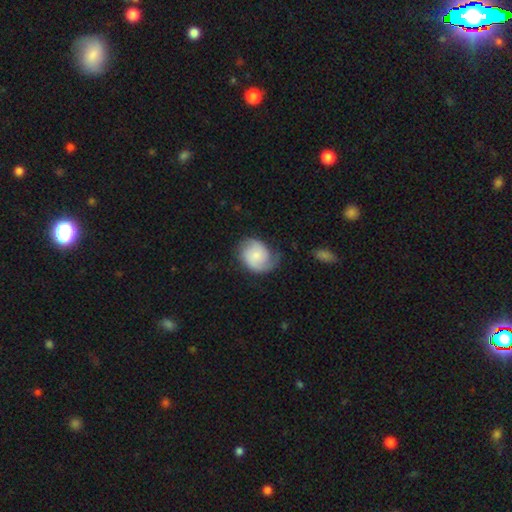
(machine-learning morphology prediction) A featured or disk galaxy (52%) with no bar (70%), spiral arms (90%) and a small central bulge (56%).

Vote fractions:
- Smooth or featured? featured or disk: 52% / smooth: 41% / star or artifact: 7%
- Edge-on disk? no: 98% / yes: 2%
- Bar? no: 70% / weak: 27% / strong: 4%
- Spiral arms? yes: 90% / no: 10%
- Bulge size? small: 56% / moderate: 26% / none: 12% / large: 5% / dominant: 2%
- Merging? none: 52% / minor disturbance: 30% / major disturbance: 16% / merger: 2%